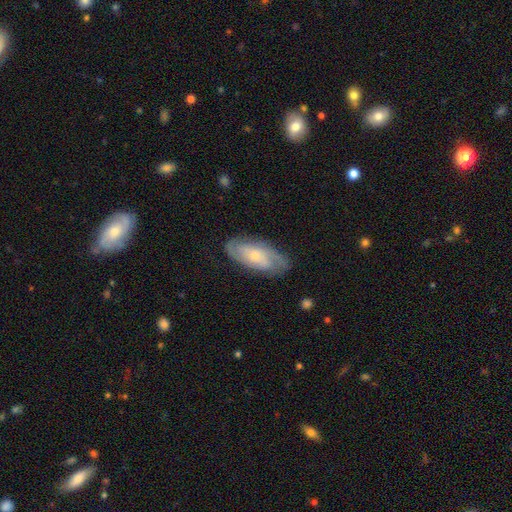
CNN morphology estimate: Q: Smooth or featured?
A: featured or disk (63%); runner-up: smooth (31%)
Q: Edge-on disk?
A: no (90%); runner-up: yes (10%)
Q: Bar?
A: no (66%); runner-up: weak (28%)
Q: Spiral arms?
A: yes (88%); runner-up: no (12%)
Q: Spiral winding?
A: tight (46%); runner-up: medium (39%)
Q: Spiral arm count?
A: 2 (47%); runner-up: can't tell (32%)
Q: Bulge size?
A: small (58%); runner-up: moderate (35%)
Q: Merging?
A: none (76%); runner-up: minor disturbance (18%)